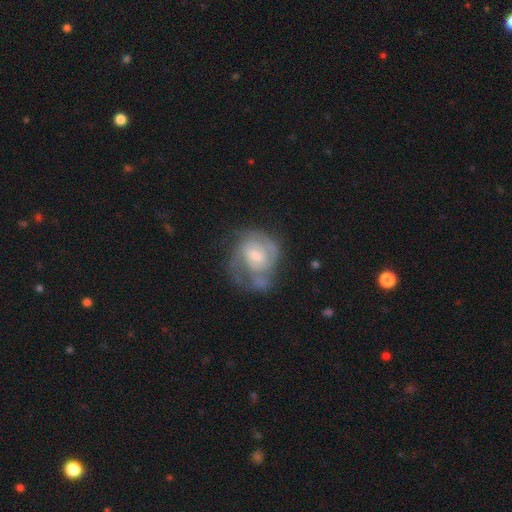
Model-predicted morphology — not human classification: Overall: featured or disk (79%). Edge-on disk: no (98%). Bar: weak (47%; no 44%). Spiral arms: yes (91%). Spiral arm count: 2 (43%; can't tell 29%). Spiral winding: tight (58%; medium 34%). Bulge size: moderate (46%, tied with small). Merging: none (47%; minor disturbance 24%).